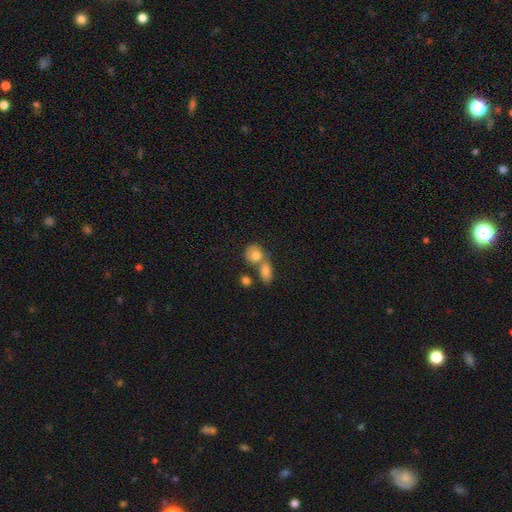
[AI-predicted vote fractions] A smooth galaxy with no disk features (77%) that is round (55%). Merging: merger (49%).